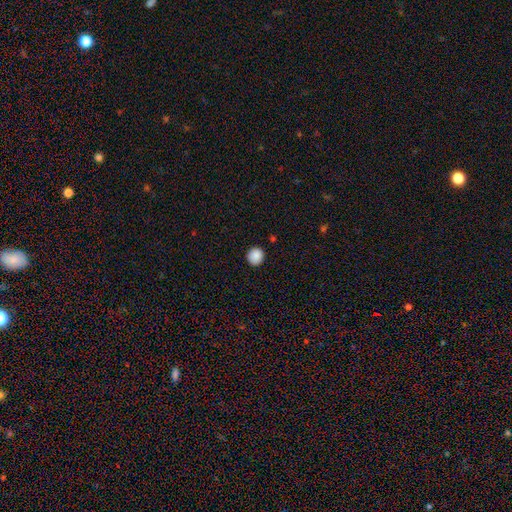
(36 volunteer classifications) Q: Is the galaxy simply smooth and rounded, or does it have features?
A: smooth — 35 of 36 (97%).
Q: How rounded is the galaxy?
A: round — 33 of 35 (94%).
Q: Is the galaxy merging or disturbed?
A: none — 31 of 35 (89%).